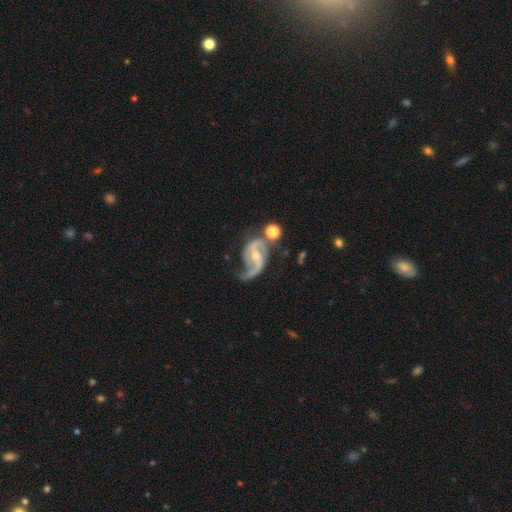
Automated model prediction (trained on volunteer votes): Smooth or featured? Predicted: featured or disk (p=0.89). Edge-on disk? Predicted: no (p=0.97). Bar? Predicted: weak (p=0.41). Spiral arms? Predicted: yes (p=0.96). Spiral winding? Predicted: loose (p=0.49). Spiral arm count? Predicted: 2 (p=0.86). Bulge size? Predicted: moderate (p=0.49). Merging? Predicted: none (p=0.48).